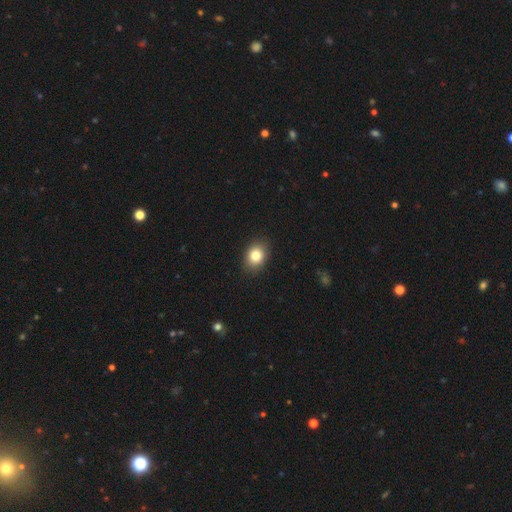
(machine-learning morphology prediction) type=smooth (83%); roundness=in between (61%); merging=none (88%).